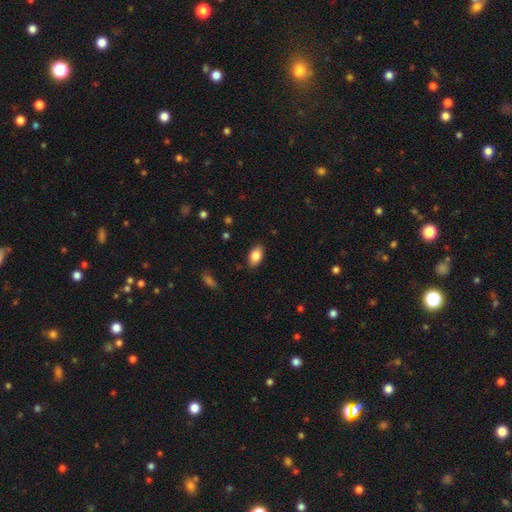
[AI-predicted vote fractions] smooth-or-featured: smooth: 85% | star or artifact: 7% | featured or disk: 7%
  how-rounded: in between: 92% | round: 6% | cigar-shaped: 2%
  merging: none: 86% | minor disturbance: 11% | major disturbance: 2% | merger: 1%